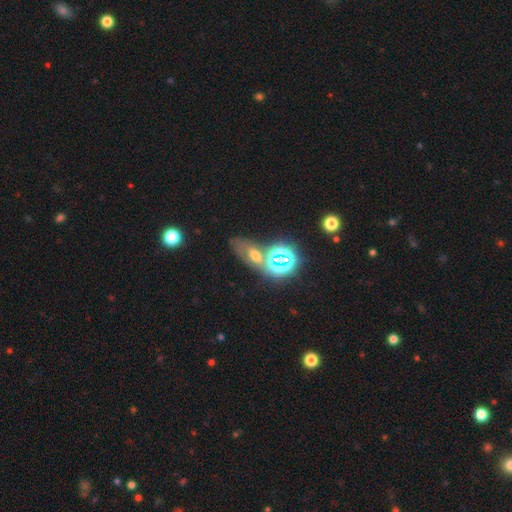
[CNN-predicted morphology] Smooth or featured? star or artifact (42%)